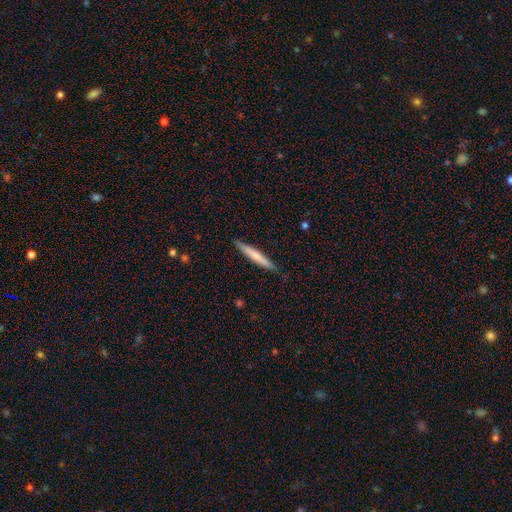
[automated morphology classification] smooth 68%, featured or disk 27%, star or artifact 5%. Down the decision tree: how rounded — cigar-shaped (95%); merging — none (87%).